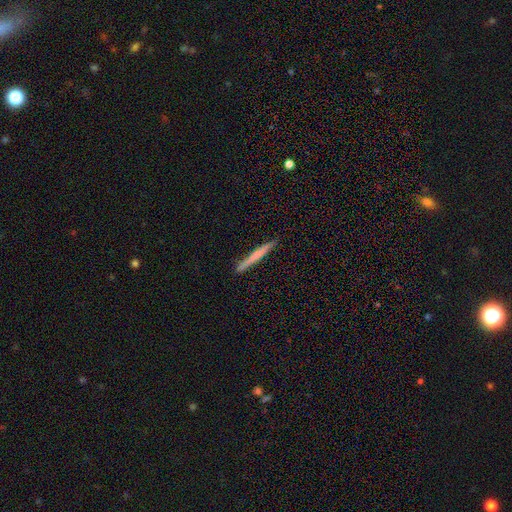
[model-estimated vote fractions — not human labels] Morphology: type=smooth (57%); roundness=cigar-shaped (97%); merging=none (90%).